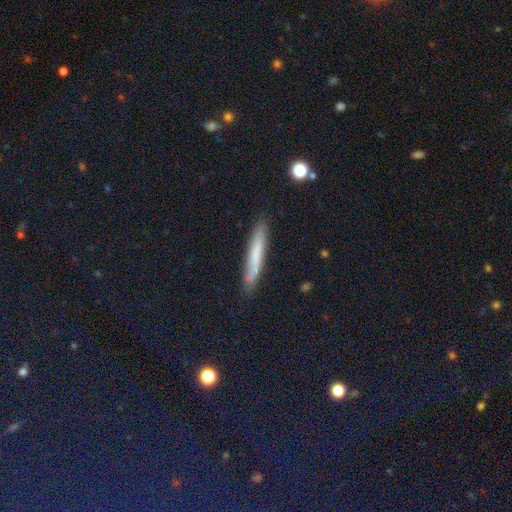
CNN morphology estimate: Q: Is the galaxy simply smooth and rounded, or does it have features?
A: smooth — 62%.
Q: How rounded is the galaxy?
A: cigar-shaped — 94%.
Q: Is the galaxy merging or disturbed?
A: none — 84%.